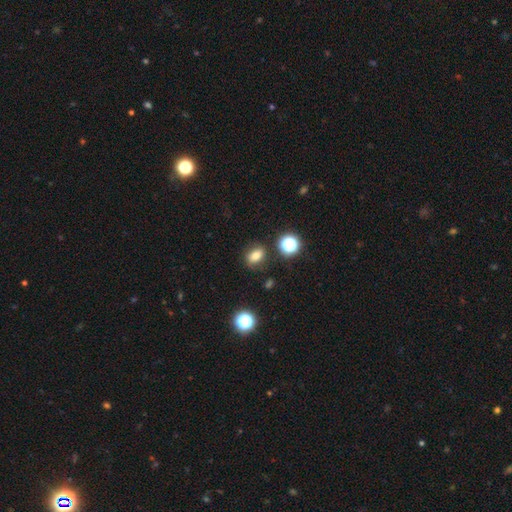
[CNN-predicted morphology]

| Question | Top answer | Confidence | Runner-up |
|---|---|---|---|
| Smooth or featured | smooth | 77% | star or artifact (14%) |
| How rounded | in between | 72% | round (26%) |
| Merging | none | 81% | minor disturbance (11%) |